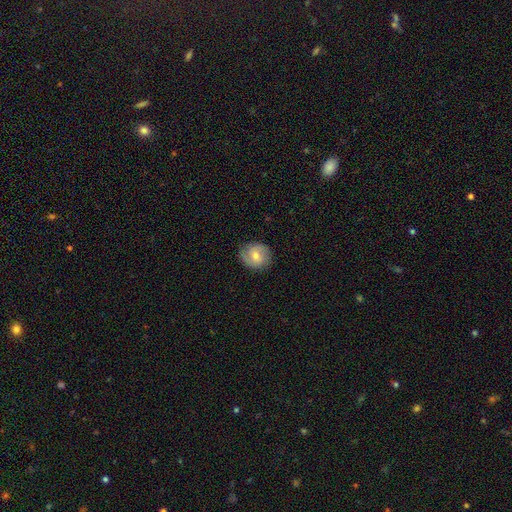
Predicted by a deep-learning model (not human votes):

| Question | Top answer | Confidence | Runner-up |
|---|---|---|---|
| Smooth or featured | smooth | 48% | featured or disk (44%) |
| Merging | none | 83% | minor disturbance (12%) |